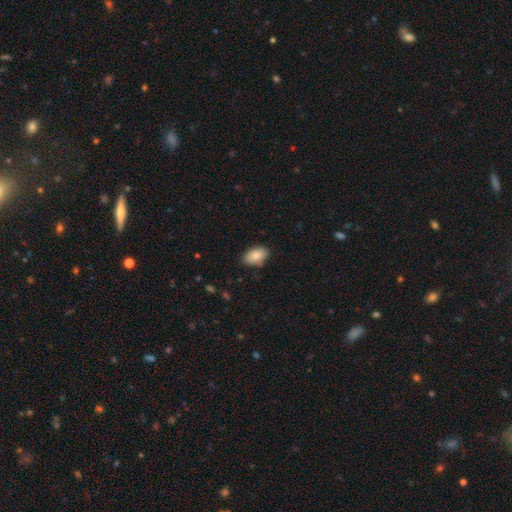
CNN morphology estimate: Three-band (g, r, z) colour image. It shows a smooth galaxy with no disk features (87%) that is in between round and cigar-shaped (92%). Merging: none (83%).